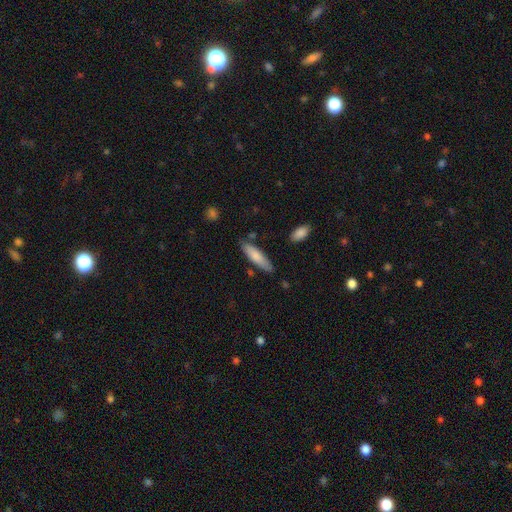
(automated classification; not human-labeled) This is likely a smooth galaxy (79%). How rounded: likely cigar-shaped (63%). Merging: likely none (79%).